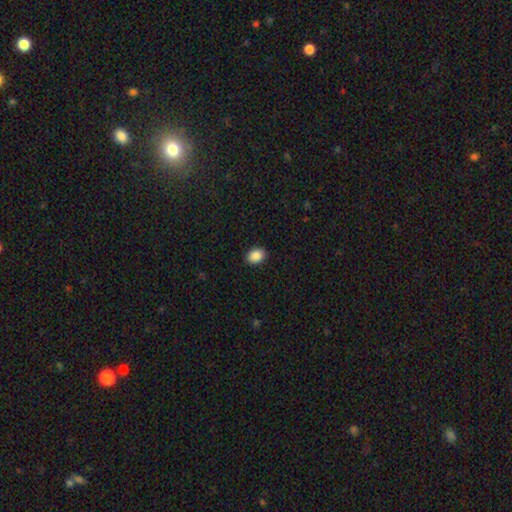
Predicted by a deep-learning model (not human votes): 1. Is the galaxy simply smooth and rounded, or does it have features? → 89% smooth, 8% star or artifact, 3% featured or disk.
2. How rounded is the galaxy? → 70% in between, 29% round, 1% cigar-shaped.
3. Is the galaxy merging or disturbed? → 90% none, 7% minor disturbance, 2% major disturbance, 1% merger.